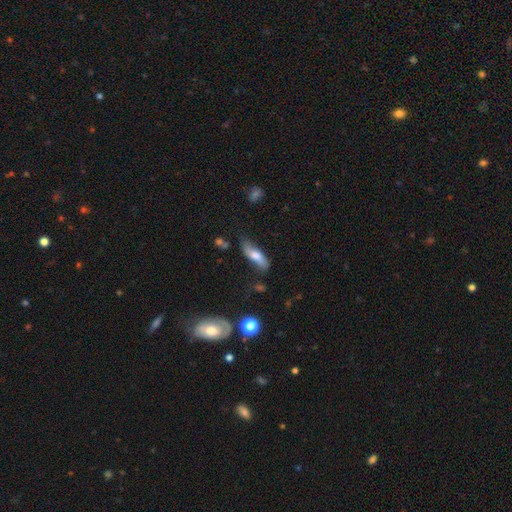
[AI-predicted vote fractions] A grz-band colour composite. It shows a smooth galaxy with no disk features (61%) that is in between round and cigar-shaped (49%, tied with cigar-shaped). Merging: none (61%).